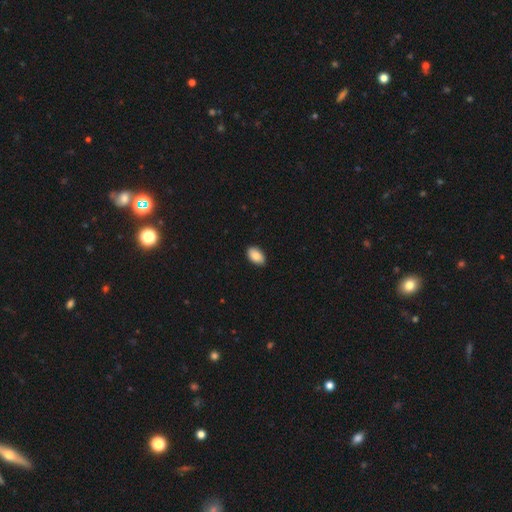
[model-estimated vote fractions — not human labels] Overall: smooth (89%). How rounded: in between (94%). Merging: none (88%).